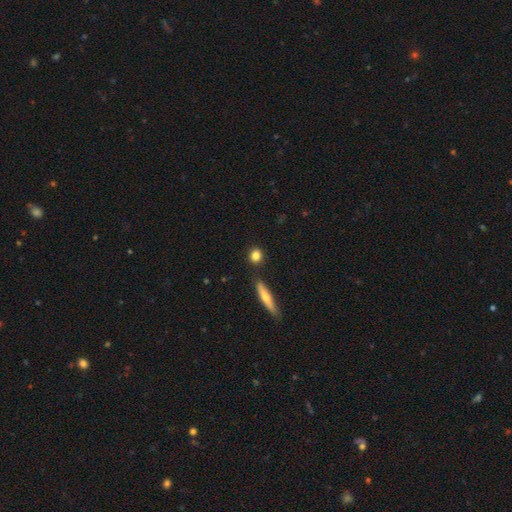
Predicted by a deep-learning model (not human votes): This appears to be a smooth galaxy with no disk features (82%) that is round (72%). Merging: none (84%).